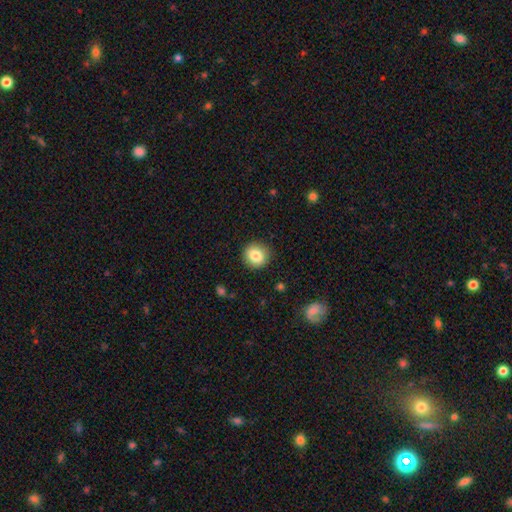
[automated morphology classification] A smooth galaxy with no disk features (83%) that is round (89%).

Vote fractions:
- Smooth or featured? smooth: 83% / star or artifact: 9% / featured or disk: 8%
- How rounded? round: 89% / in between: 10% / cigar-shaped: 1%
- Merging? none: 90% / minor disturbance: 7% / major disturbance: 2% / merger: 1%